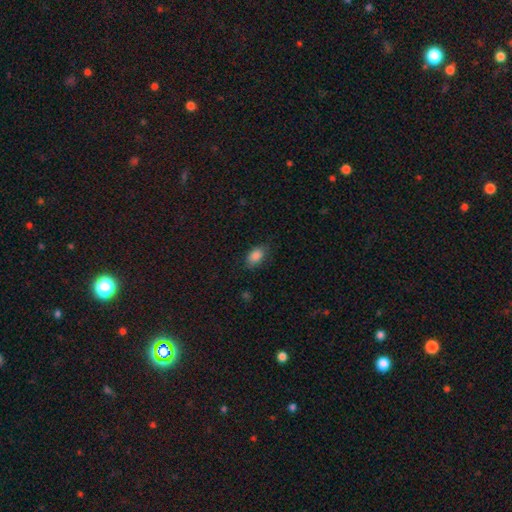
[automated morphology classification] This appears to be a smooth galaxy with no disk features (87%) that is in between round and cigar-shaped (91%). Merging: none (80%).